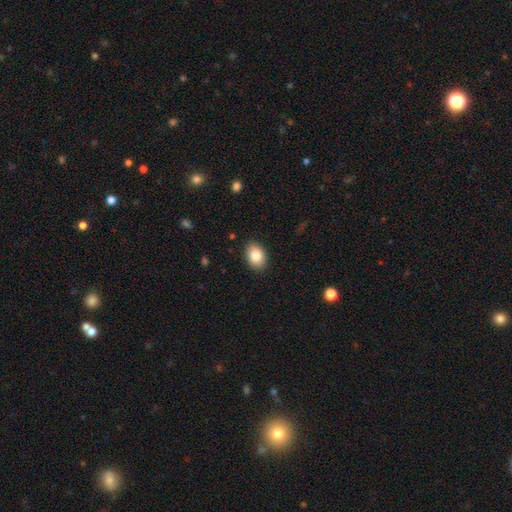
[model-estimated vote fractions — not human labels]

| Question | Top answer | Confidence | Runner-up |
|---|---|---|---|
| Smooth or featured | smooth | 83% | featured or disk (9%) |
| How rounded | in between | 74% | round (25%) |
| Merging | none | 88% | minor disturbance (9%) |